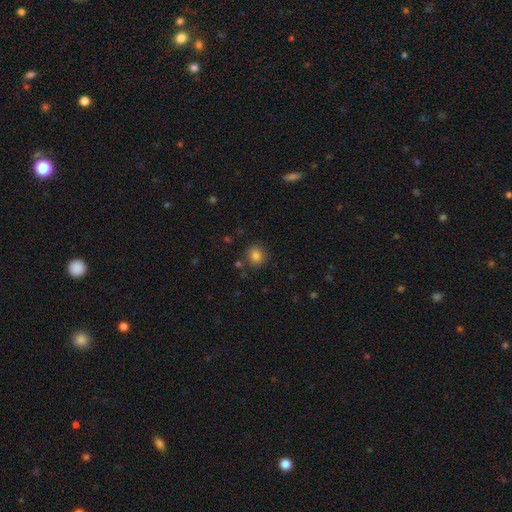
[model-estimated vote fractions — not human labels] This is clearly a smooth galaxy (83%). How rounded: likely round (74%). Merging: clearly none (83%).